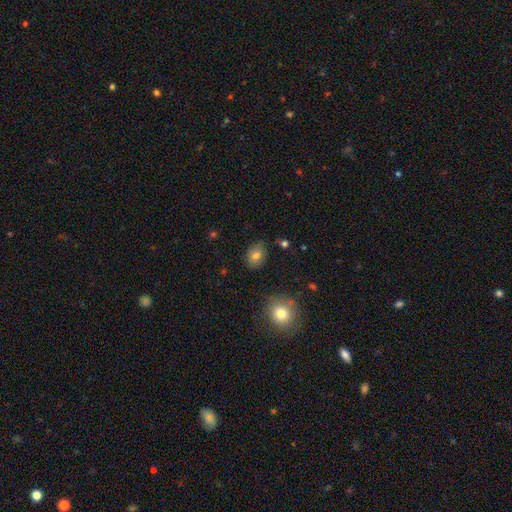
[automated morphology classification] The model was most divided on "how rounded": in between: 69%, round: 30%, cigar-shaped: 1%. More confident: merging — none (80%); smooth or featured — smooth (79%).